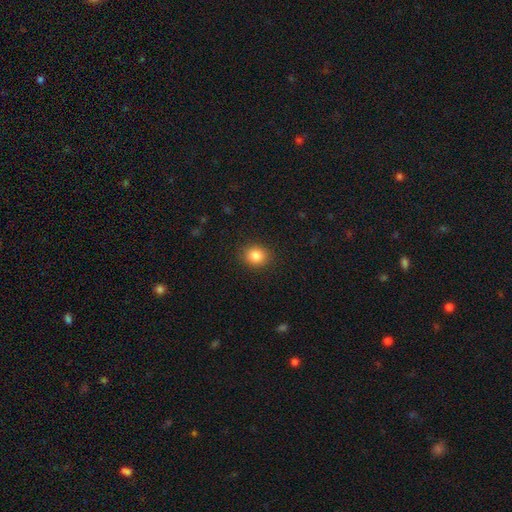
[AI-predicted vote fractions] smooth 86%, star or artifact 10%, featured or disk 5%. Down the decision tree: how rounded — round (68%); merging — none (89%).